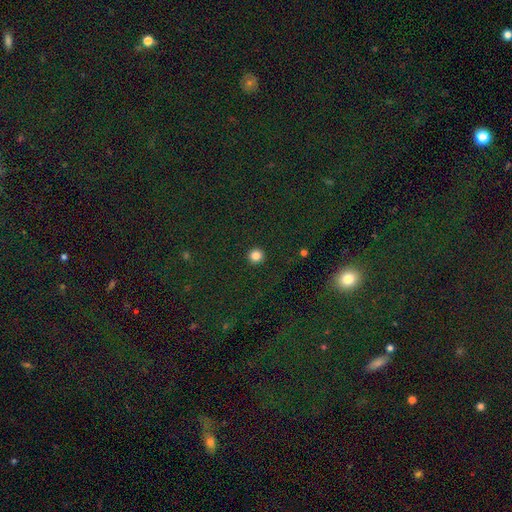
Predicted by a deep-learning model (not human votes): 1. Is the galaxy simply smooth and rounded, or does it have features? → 84% smooth, 12% star or artifact, 4% featured or disk.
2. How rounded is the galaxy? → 95% round, 4% in between, 1% cigar-shaped.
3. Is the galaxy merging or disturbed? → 93% none, 4% minor disturbance, 2% major disturbance, 1% merger.